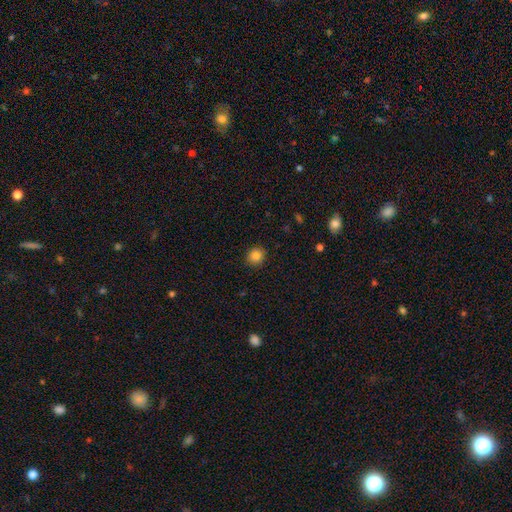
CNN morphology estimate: A smooth galaxy with no disk features (84%) that is round (90%). Merging: none (91%).